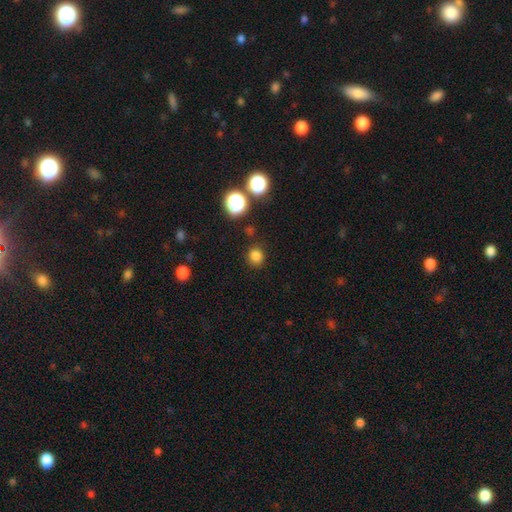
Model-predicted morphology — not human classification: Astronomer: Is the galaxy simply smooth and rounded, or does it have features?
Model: smooth — 79%.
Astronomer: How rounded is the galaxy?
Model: round — 86%.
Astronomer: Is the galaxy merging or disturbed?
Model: none — 84%.